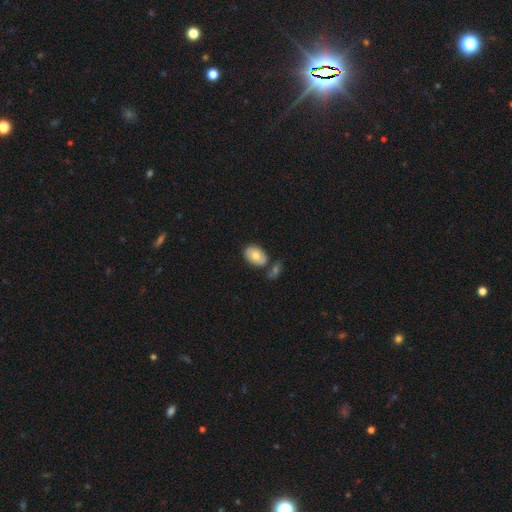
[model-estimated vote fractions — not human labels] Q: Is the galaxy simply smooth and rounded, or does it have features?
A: smooth — 73%.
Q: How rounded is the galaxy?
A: in between — 85%.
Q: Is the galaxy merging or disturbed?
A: none — 62%.